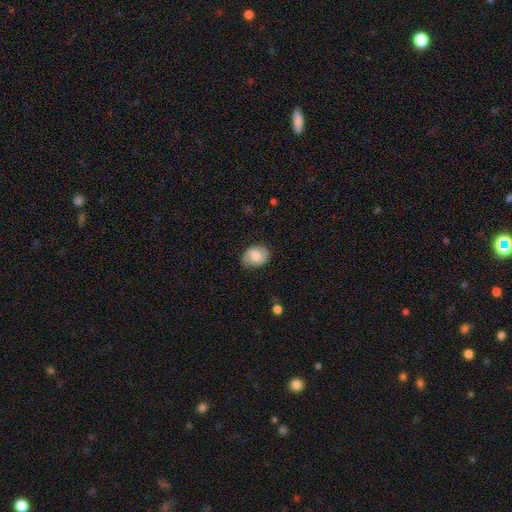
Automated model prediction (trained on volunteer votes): The model was most divided on "how rounded": in between: 55%, round: 45%, cigar-shaped: 1%. More confident: merging — none (80%); smooth or featured — smooth (67%).